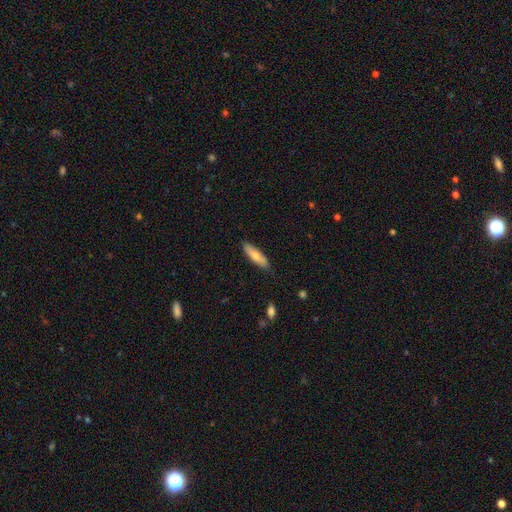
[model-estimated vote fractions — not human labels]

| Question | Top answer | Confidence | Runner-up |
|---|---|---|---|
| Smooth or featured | smooth | 69% | featured or disk (25%) |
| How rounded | cigar-shaped | 66% | in between (33%) |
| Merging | none | 83% | minor disturbance (13%) |